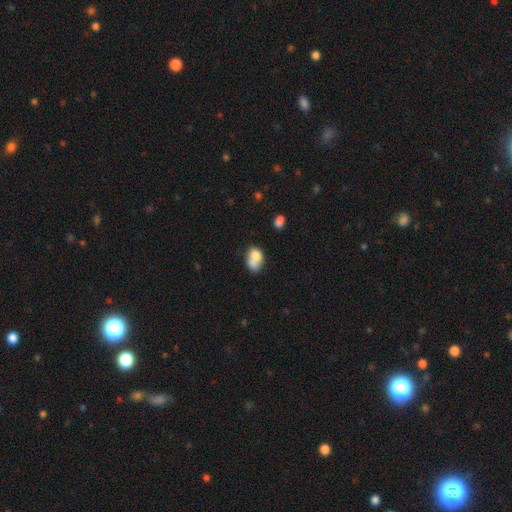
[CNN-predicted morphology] type=smooth (71%); roundness=in between (70%); merging=merger (51%).